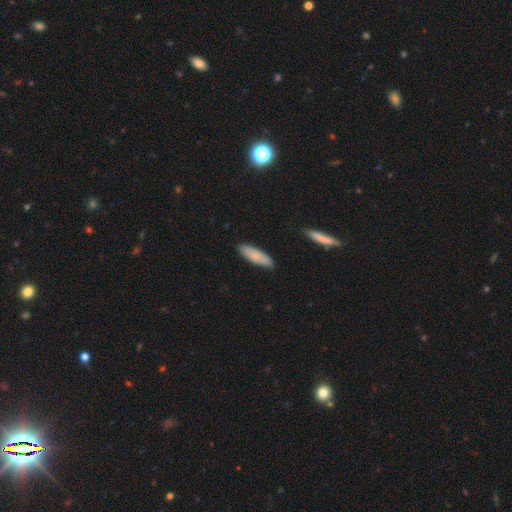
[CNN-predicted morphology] This is clearly a smooth galaxy (83%). How rounded: possibly cigar-shaped (52%). Merging: clearly none (88%).